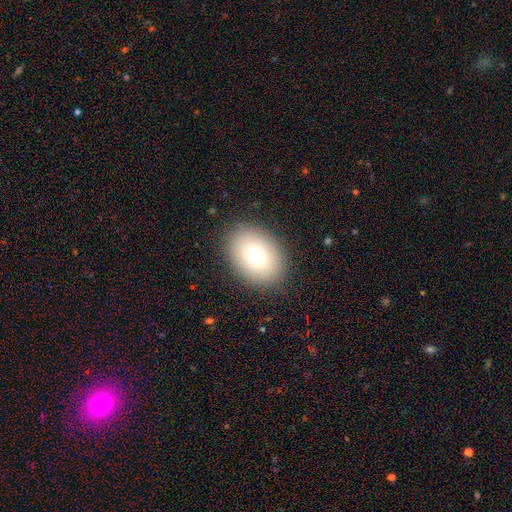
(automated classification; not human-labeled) Smooth or featured: smooth — 73% (featured or disk — 14%)
How rounded: in between — 67% (round — 32%)
Merging: none — 87% (minor disturbance — 8%)